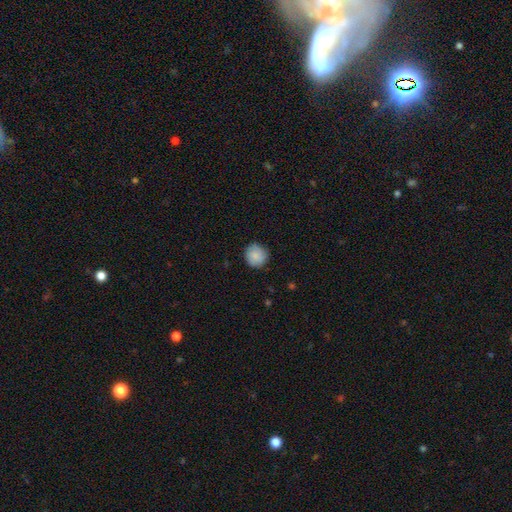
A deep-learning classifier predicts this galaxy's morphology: smooth 84%, featured or disk 9%, star or artifact 7%. Down the decision tree: how rounded — round (92%); merging — none (86%).